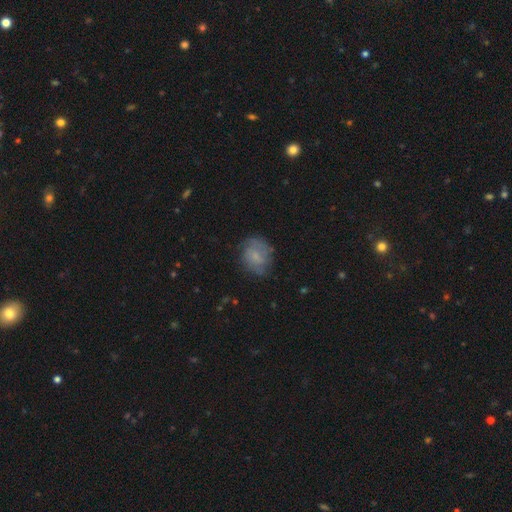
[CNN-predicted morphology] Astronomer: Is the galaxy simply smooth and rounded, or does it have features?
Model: smooth — 49% (runner-up: featured or disk, 42%).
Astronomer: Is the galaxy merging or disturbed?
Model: none — 69%.